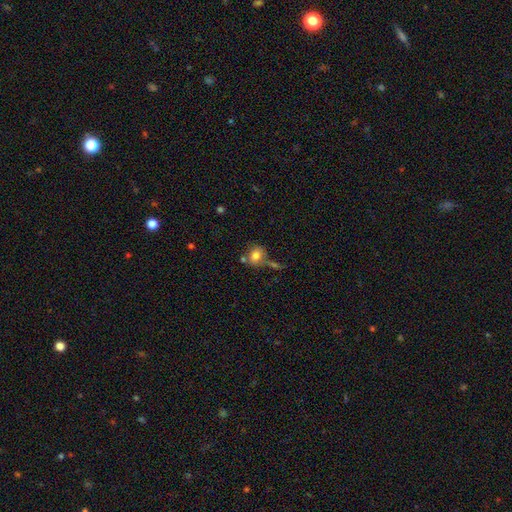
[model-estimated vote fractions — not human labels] Smooth or featured? Predicted: smooth (p=0.77). How rounded? Predicted: round (p=0.54). Merging? Predicted: none (p=0.51).